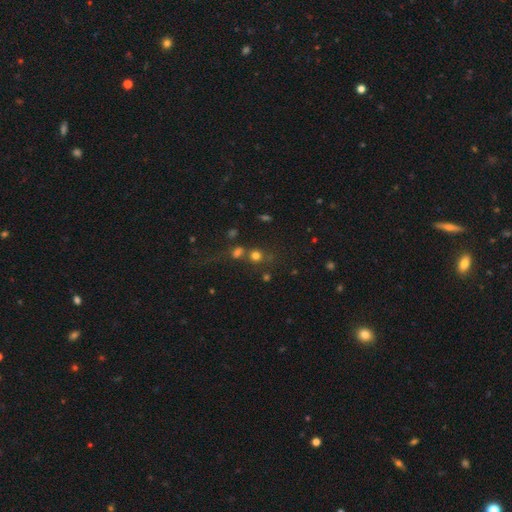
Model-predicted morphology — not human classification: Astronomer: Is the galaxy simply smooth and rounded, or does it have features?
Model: smooth — 70%.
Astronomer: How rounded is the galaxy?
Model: round — 84%.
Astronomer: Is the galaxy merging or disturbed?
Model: none — 55%.